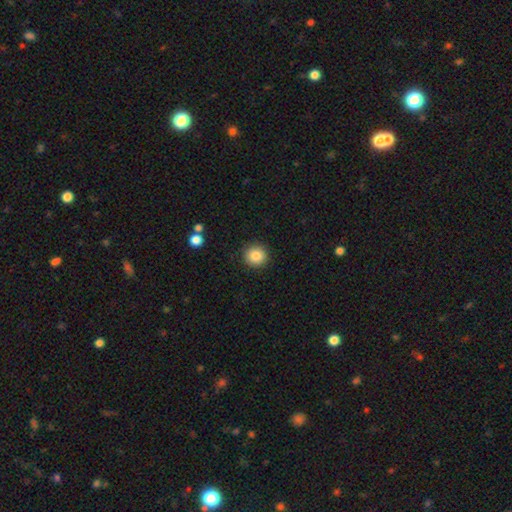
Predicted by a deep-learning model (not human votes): A smooth galaxy with no disk features (86%) that is round (93%). Merging: none (91%).